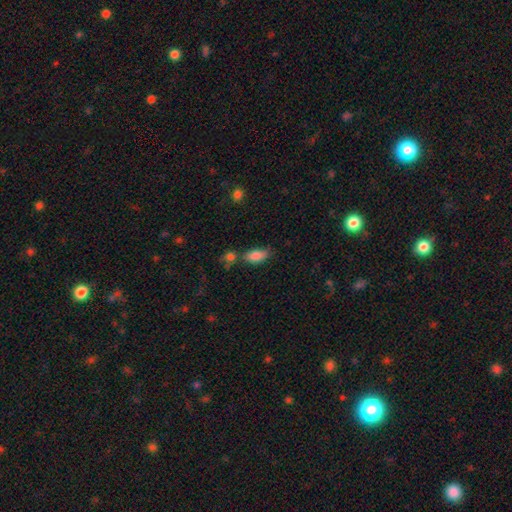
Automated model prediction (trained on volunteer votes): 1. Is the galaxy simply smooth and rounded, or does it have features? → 85% smooth, 8% star or artifact, 7% featured or disk.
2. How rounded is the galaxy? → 87% in between, 9% cigar-shaped, 4% round.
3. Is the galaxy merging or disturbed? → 56% none, 22% minor disturbance, 15% merger, 6% major disturbance.